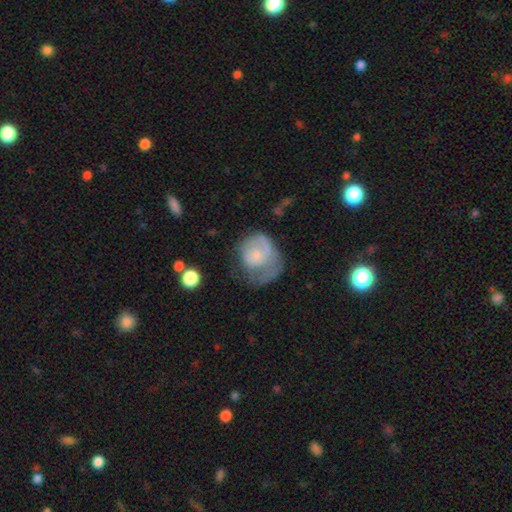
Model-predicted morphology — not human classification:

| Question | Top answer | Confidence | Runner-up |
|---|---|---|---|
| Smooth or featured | smooth | 48% | featured or disk (42%) |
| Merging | major disturbance | 36% | none (34%) |